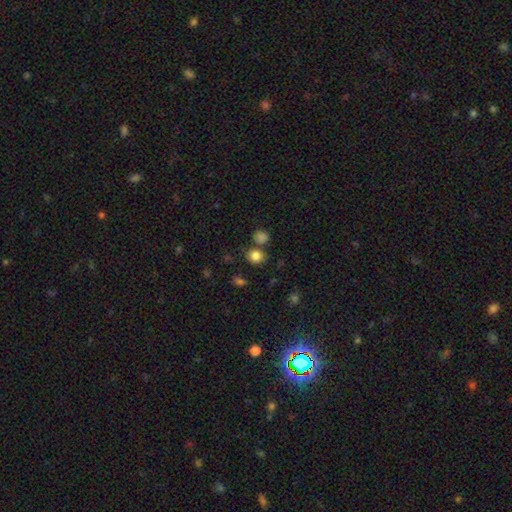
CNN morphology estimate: Smooth or featured: smooth — 83% (star or artifact — 12%)
How rounded: round — 76% (in between — 23%)
Merging: none — 72% (merger — 14%)